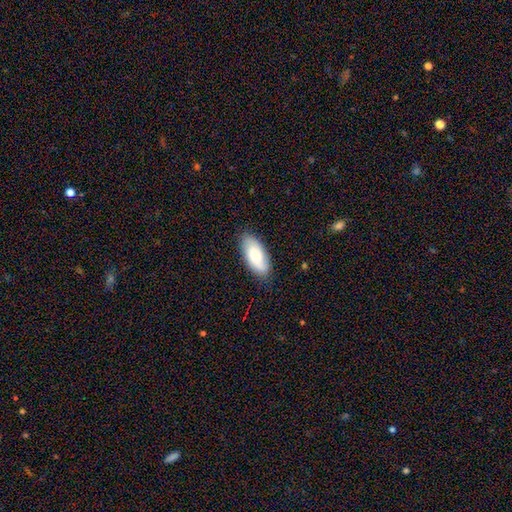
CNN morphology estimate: This is likely a smooth galaxy (68%). How rounded: clearly in between (90%). Merging: clearly none (84%).